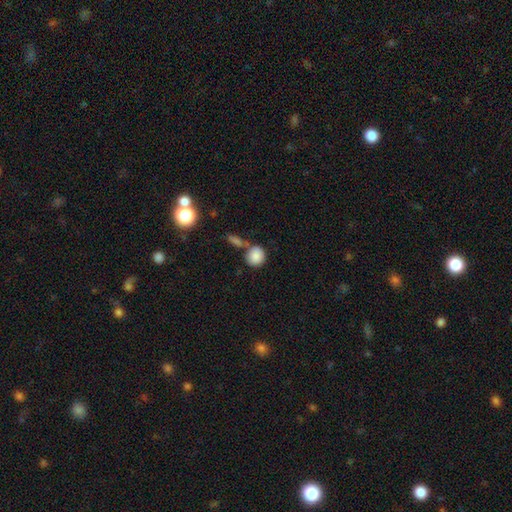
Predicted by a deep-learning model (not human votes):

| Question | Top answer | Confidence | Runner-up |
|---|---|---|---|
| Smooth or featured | smooth | 86% | star or artifact (8%) |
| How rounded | round | 87% | in between (12%) |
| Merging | none | 62% | merger (23%) |